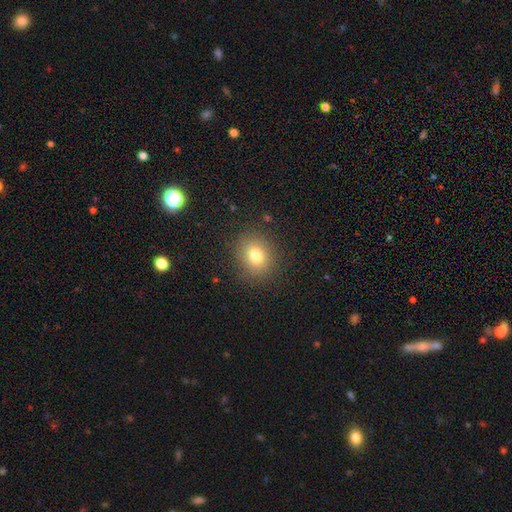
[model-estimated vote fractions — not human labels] A smooth galaxy with no disk features (77%) that is round (72%).

Vote fractions:
- Smooth or featured? smooth: 77% / star or artifact: 13% / featured or disk: 10%
- How rounded? round: 72% / in between: 27% / cigar-shaped: 1%
- Merging? none: 86% / minor disturbance: 9% / major disturbance: 4% / merger: 1%